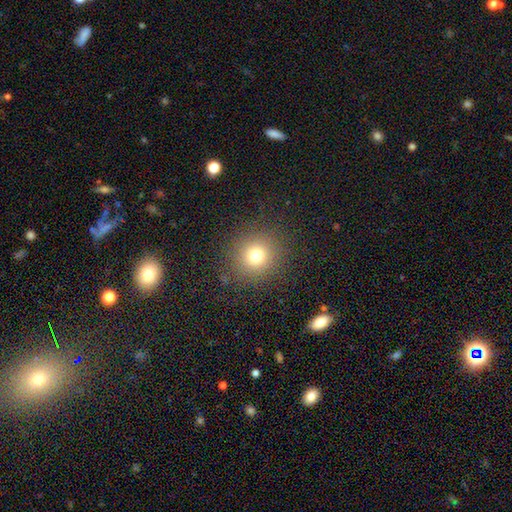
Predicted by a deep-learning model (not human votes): Q: Smooth or featured?
A: smooth (73%); runner-up: star or artifact (17%)
Q: How rounded?
A: round (92%); runner-up: in between (7%)
Q: Merging?
A: none (87%); runner-up: minor disturbance (7%)